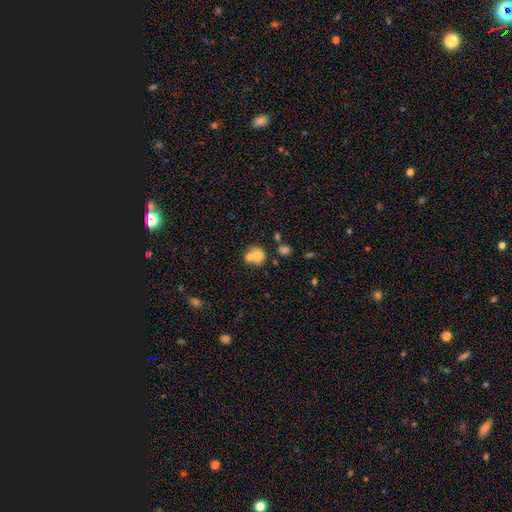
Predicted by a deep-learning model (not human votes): This appears to be a smooth galaxy with no disk features (71%) that is round (73%). Merging: merger (53%).